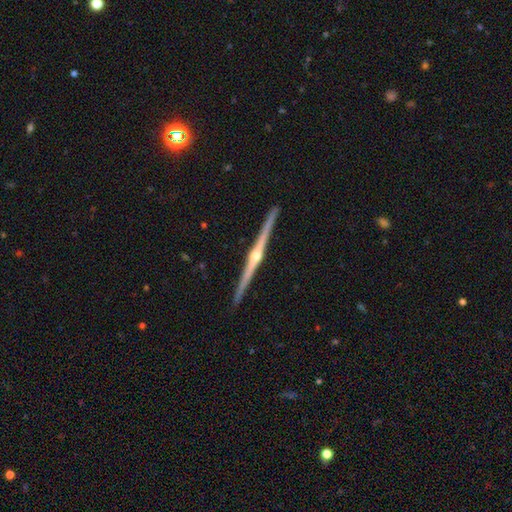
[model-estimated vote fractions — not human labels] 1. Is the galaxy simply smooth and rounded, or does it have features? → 88% featured or disk, 7% smooth, 5% star or artifact.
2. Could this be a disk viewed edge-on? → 99% yes, 1% no.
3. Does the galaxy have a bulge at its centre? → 90% rounded, 5% none, 4% boxy.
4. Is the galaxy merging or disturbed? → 93% none, 5% minor disturbance, 1% merger, 1% major disturbance.